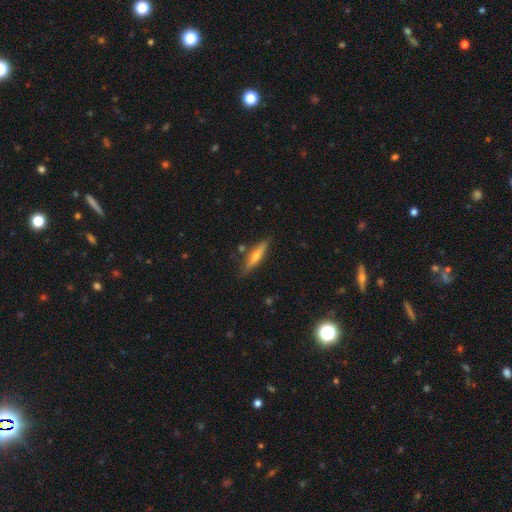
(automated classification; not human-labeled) Overall: featured or disk (53%; smooth 39%). Edge-on disk: yes (93%). Merging: none (84%).